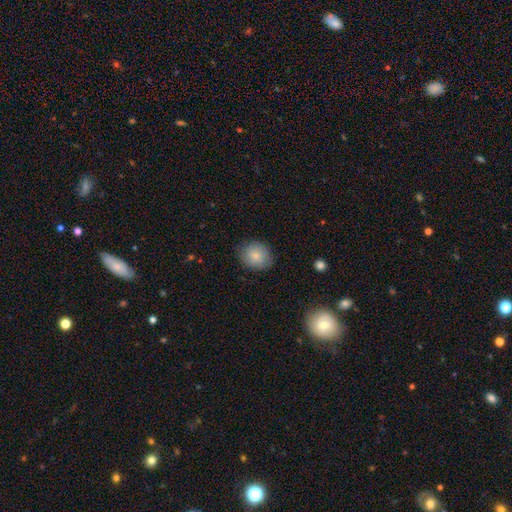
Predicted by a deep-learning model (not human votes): A smooth galaxy with no disk features (81%) that is round (73%).

Vote fractions:
- Smooth or featured? smooth: 81% / featured or disk: 11% / star or artifact: 8%
- How rounded? round: 73% / in between: 26% / cigar-shaped: 1%
- Merging? none: 81% / minor disturbance: 15% / major disturbance: 3% / merger: 1%